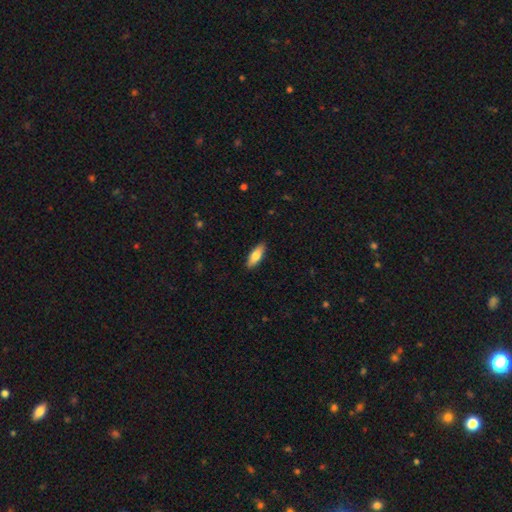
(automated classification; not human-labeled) The model was most divided on "how rounded": in between: 64%, cigar-shaped: 34%, round: 2%. More confident: merging — none (90%); smooth or featured — smooth (75%).